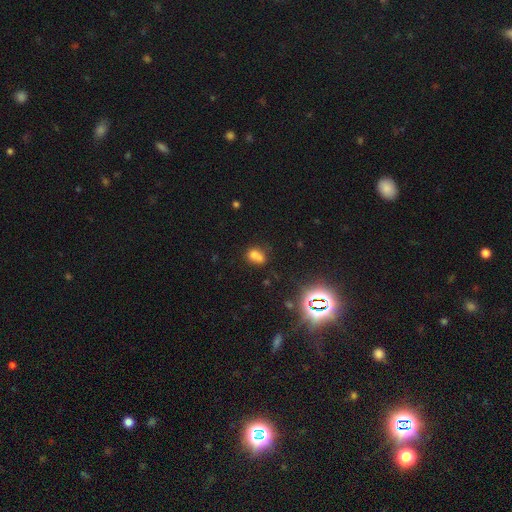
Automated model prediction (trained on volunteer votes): Smooth or featured?
  - smooth: 68% *
  - star or artifact: 18%
  - featured or disk: 14%
How rounded?
  - in between: 59% *
  - round: 39%
  - cigar-shaped: 2%
Merging?
  - merger: 42% *
  - none: 37%
  - minor disturbance: 14%
  - major disturbance: 7%